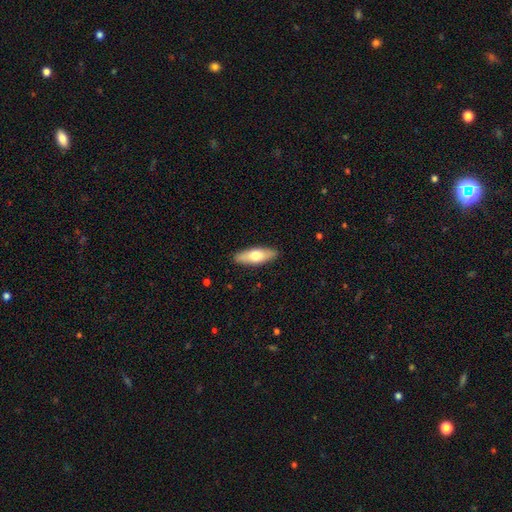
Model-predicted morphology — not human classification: smooth_or_featured: smooth (p=0.63) [alt: featured or disk p=0.31]
how_rounded: in between (p=0.55) [alt: cigar-shaped p=0.43]
merging: none (p=0.89) [alt: minor disturbance p=0.08]